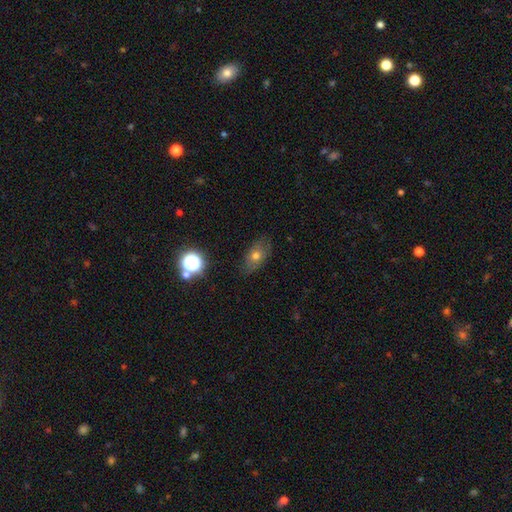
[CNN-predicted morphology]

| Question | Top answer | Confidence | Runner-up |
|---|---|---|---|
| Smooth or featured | smooth | 64% | featured or disk (21%) |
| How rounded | in between | 77% | round (20%) |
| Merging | none | 76% | minor disturbance (18%) |